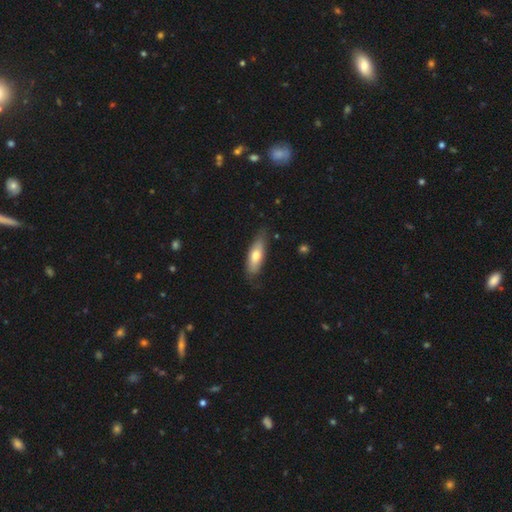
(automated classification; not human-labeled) A smooth galaxy with no disk features (68%) that is in between round and cigar-shaped (57%).

Vote fractions:
- Smooth or featured? smooth: 68% / featured or disk: 27% / star or artifact: 6%
- How rounded? in between: 57% / cigar-shaped: 41% / round: 2%
- Merging? none: 75% / minor disturbance: 20% / major disturbance: 3% / merger: 2%